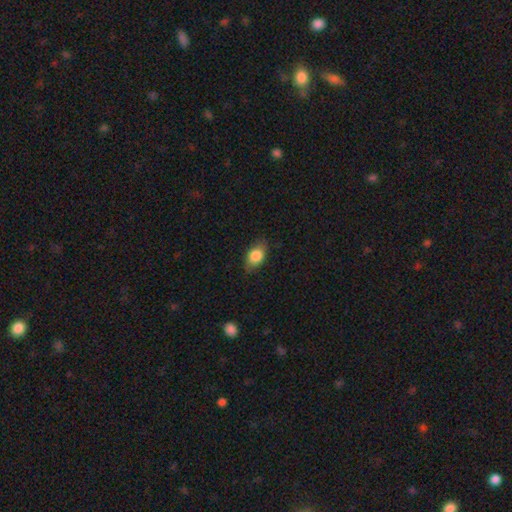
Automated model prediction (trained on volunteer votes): A smooth galaxy with no disk features (82%) that is in between round and cigar-shaped (83%). Merging: none (79%).